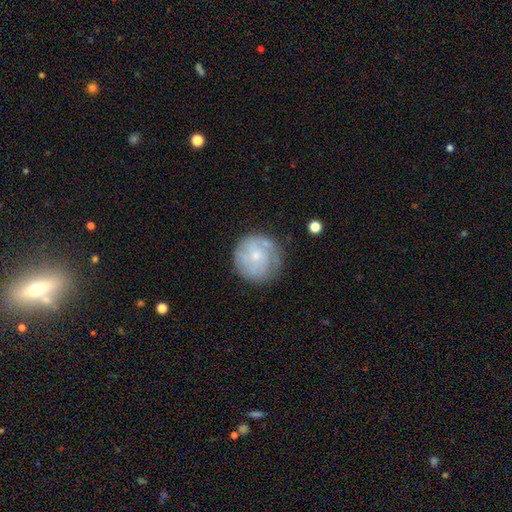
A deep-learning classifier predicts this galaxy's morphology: smooth-or-featured: featured or disk: 59% | smooth: 34% | star or artifact: 7%
  disk-edge-on: no: 98% | yes: 2%
    bar: no: 77% | weak: 21% | strong: 3%
    has-spiral-arms: yes: 79% | no: 21%
    bulge-size: small: 68% | moderate: 23% | none: 7% | large: 2% | dominant: 1%
  merging: none: 73% | minor disturbance: 18% | major disturbance: 7% | merger: 2%